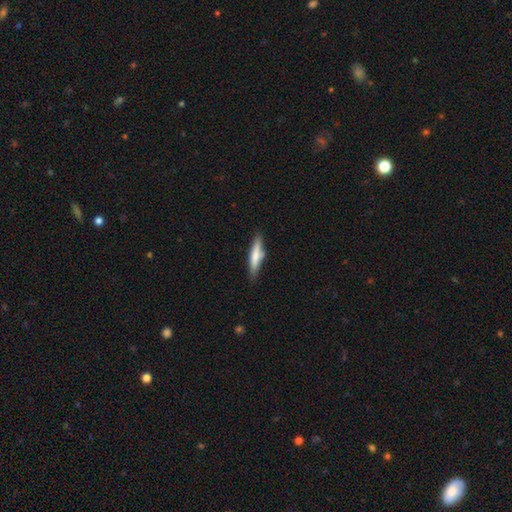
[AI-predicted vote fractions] Q: Smooth or featured?
A: smooth (63%); runner-up: featured or disk (31%)
Q: How rounded?
A: cigar-shaped (81%); runner-up: in between (17%)
Q: Merging?
A: none (77%); runner-up: minor disturbance (16%)